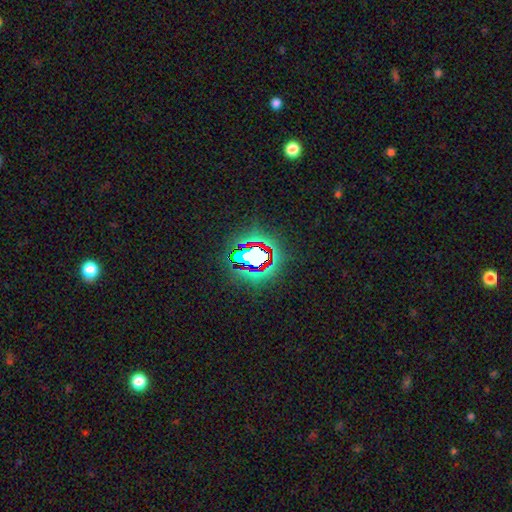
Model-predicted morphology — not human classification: smooth_or_featured: star or artifact (p=0.69) [alt: smooth p=0.18]